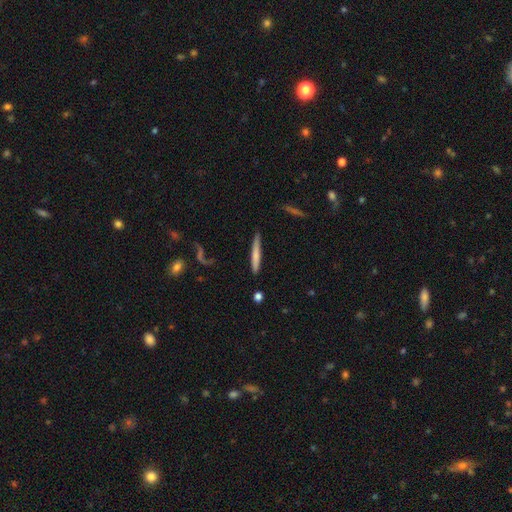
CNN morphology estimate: smooth 62%, featured or disk 32%, star or artifact 6%. Down the decision tree: how rounded — cigar-shaped (94%); merging — none (82%).